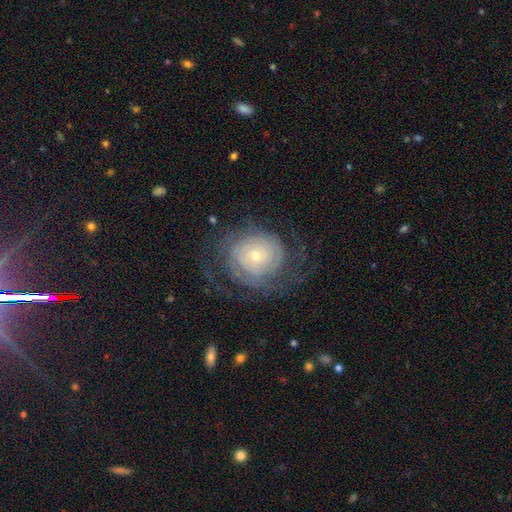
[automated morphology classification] This is likely a featured or disk galaxy (77%). It is clearly not viewed edge-on (97%). Bar: likely no (78%). Spiral arm pattern: clearly yes (90%). Spiral arm count: possibly can't tell (45%). Spiral winding: likely tight (71%). Central bulge: likely small (74%). Merging: likely none (66%).